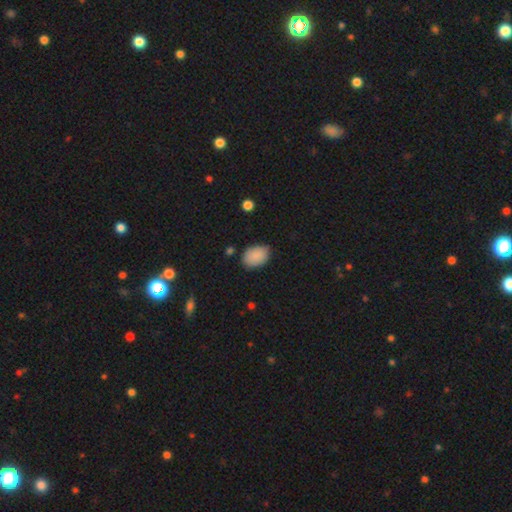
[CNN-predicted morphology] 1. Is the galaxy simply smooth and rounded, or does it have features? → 89% smooth, 7% star or artifact, 5% featured or disk.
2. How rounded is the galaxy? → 83% in between, 16% round, 1% cigar-shaped.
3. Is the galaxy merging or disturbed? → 78% none, 17% minor disturbance, 3% major disturbance, 2% merger.